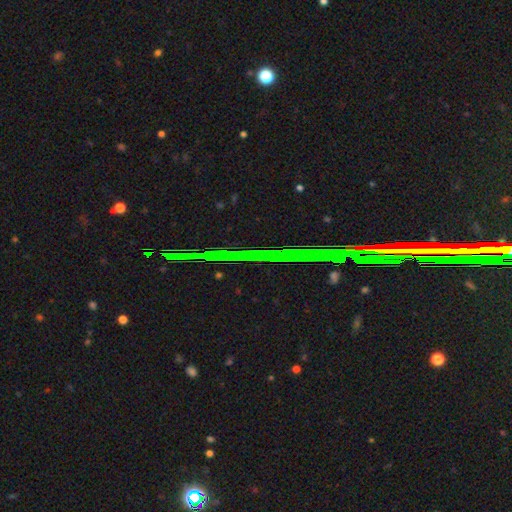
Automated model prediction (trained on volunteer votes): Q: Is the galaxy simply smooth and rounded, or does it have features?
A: star or artifact — 85%.